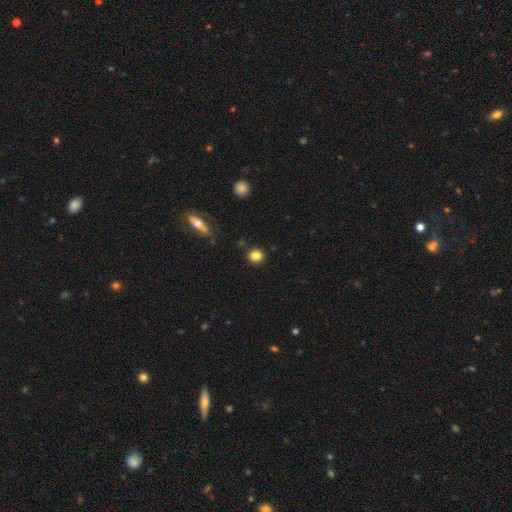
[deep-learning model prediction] smooth_or_featured: smooth (p=0.83) [alt: star or artifact p=0.10]
how_rounded: round (p=0.84) [alt: in between p=0.15]
merging: none (p=0.89) [alt: minor disturbance p=0.07]